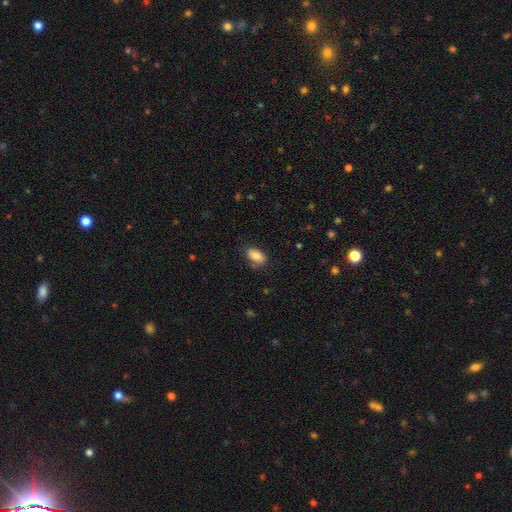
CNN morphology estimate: smooth 83%, featured or disk 9%, star or artifact 8%. Down the decision tree: how rounded — in between (91%); merging — none (74%).